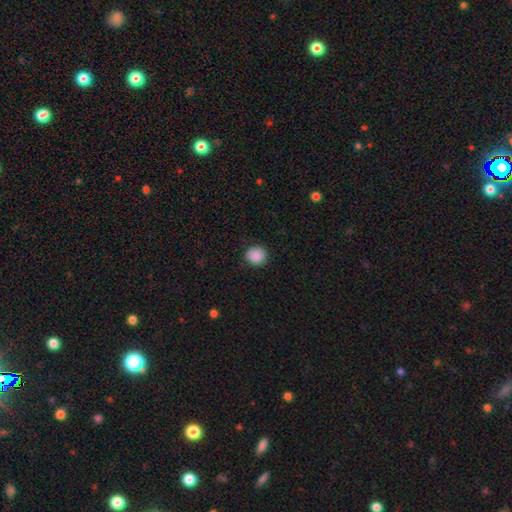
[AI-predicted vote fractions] This appears to be a smooth galaxy with no disk features (88%) that is round (88%). Merging: none (90%).